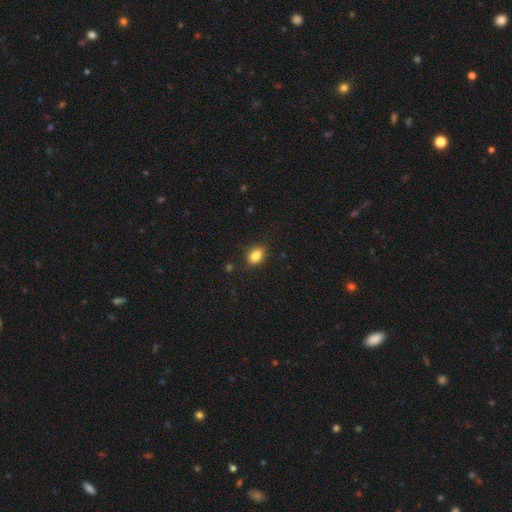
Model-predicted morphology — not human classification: type=smooth (85%); roundness=in between (68%); merging=none (83%).